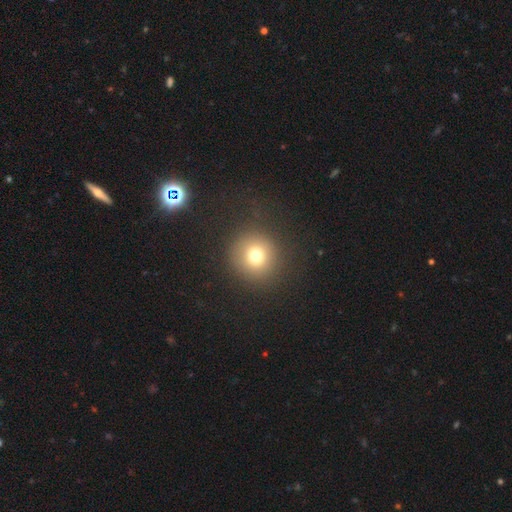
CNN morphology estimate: Smooth or featured? smooth (73%)
How rounded? round (93%)
Merging? none (87%)